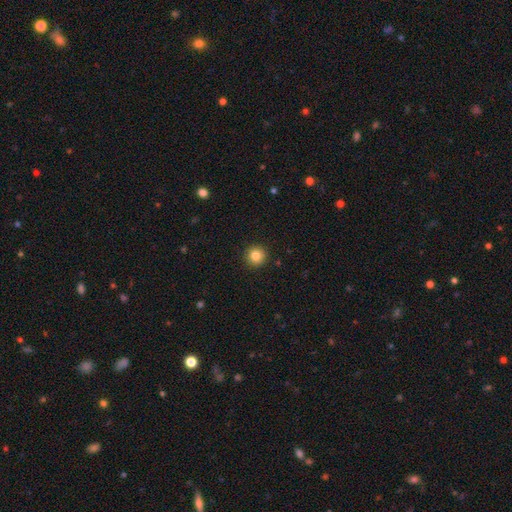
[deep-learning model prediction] smooth_or_featured: smooth (p=0.85) [alt: star or artifact p=0.11]
how_rounded: round (p=0.94) [alt: in between p=0.05]
merging: none (p=0.92) [alt: minor disturbance p=0.05]